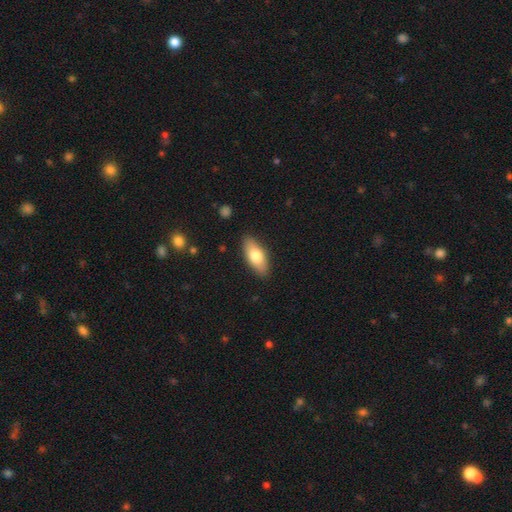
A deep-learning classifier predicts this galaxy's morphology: Smooth or featured? smooth (74%)
How rounded? in between (82%)
Merging? none (87%)